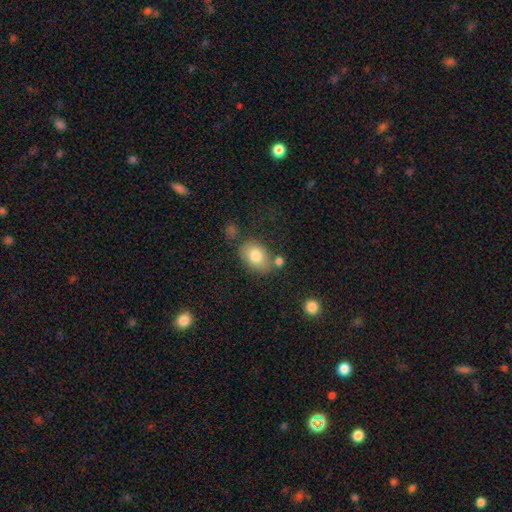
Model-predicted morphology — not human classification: smooth 80%, featured or disk 12%, star or artifact 8%. Down the decision tree: how rounded — in between (75%); merging — none (67%).